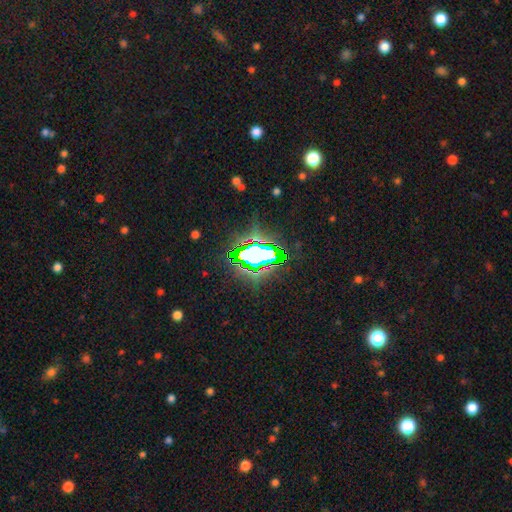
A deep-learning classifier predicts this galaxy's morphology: Smooth or featured? Predicted: star or artifact (p=0.68).